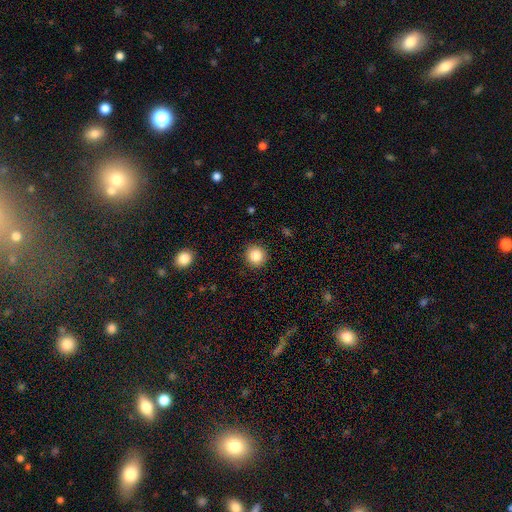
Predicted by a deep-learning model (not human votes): smooth_or_featured: smooth (p=0.85) [alt: star or artifact p=0.10]
how_rounded: round (p=0.93) [alt: in between p=0.06]
merging: none (p=0.91) [alt: minor disturbance p=0.06]